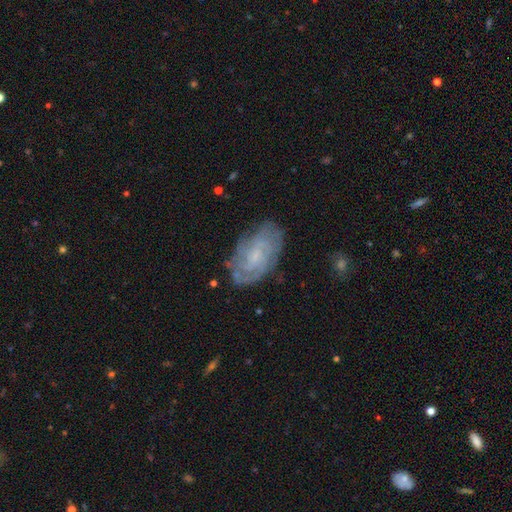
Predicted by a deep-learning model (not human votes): A featured or disk galaxy (66%) with no bar (60%), tight (59%) spiral arms (83%) and a small central bulge (52%). Merging: none (74%).